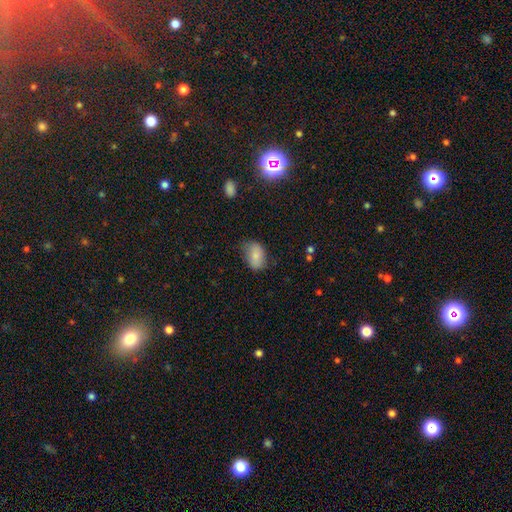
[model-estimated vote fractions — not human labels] Smooth or featured? smooth (80%)
How rounded? in between (87%)
Merging? none (63%)